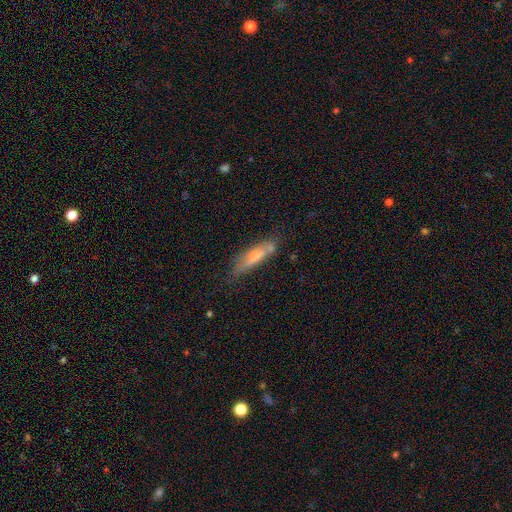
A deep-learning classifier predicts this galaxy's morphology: Smooth or featured: smooth — 66% (featured or disk — 27%)
How rounded: cigar-shaped — 72% (in between — 27%)
Merging: none — 61% (minor disturbance — 24%)